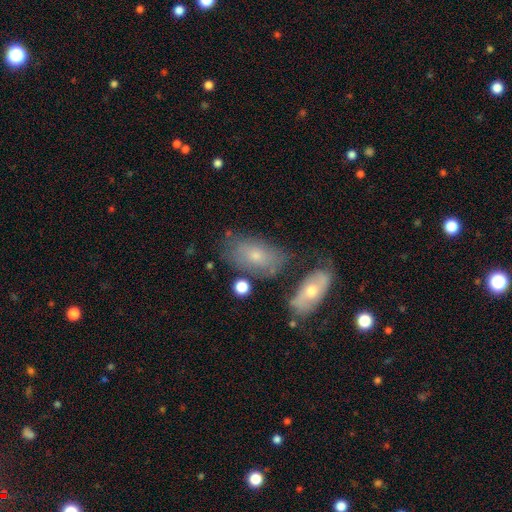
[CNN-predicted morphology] smooth 61%, featured or disk 31%, star or artifact 9%. Down the decision tree: how rounded — in between (91%); merging — none (55%).